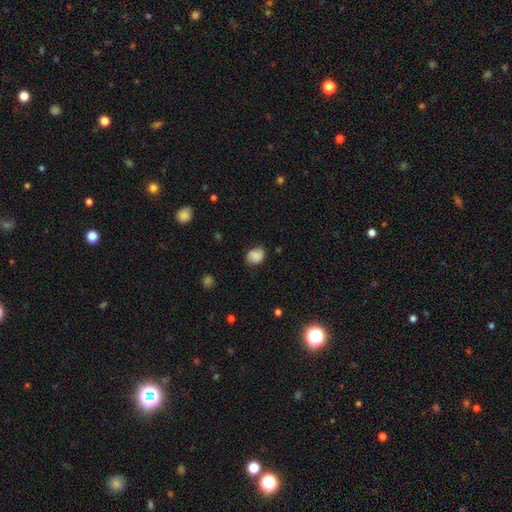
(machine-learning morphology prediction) A smooth galaxy with no disk features (79%) that is round (54%).

Vote fractions:
- Smooth or featured? smooth: 79% / featured or disk: 12% / star or artifact: 9%
- How rounded? round: 54% / in between: 45% / cigar-shaped: 1%
- Merging? none: 68% / minor disturbance: 25% / major disturbance: 6% / merger: 2%